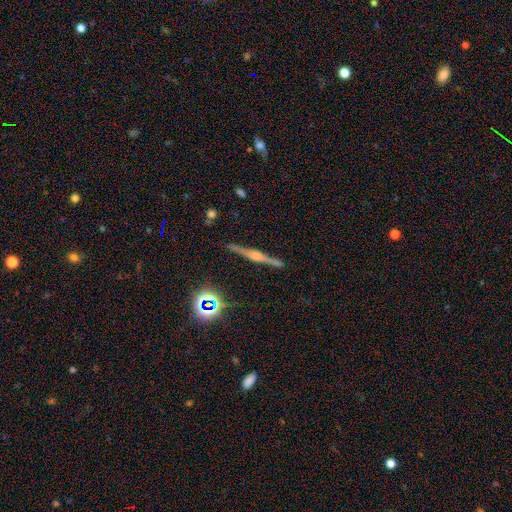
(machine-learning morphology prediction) Q: Smooth or featured?
A: featured or disk (75%); runner-up: smooth (14%)
Q: Edge-on disk?
A: yes (97%); runner-up: no (3%)
Q: Edge-on bulge?
A: rounded (58%); runner-up: boxy (35%)
Q: Merging?
A: none (87%); runner-up: minor disturbance (9%)